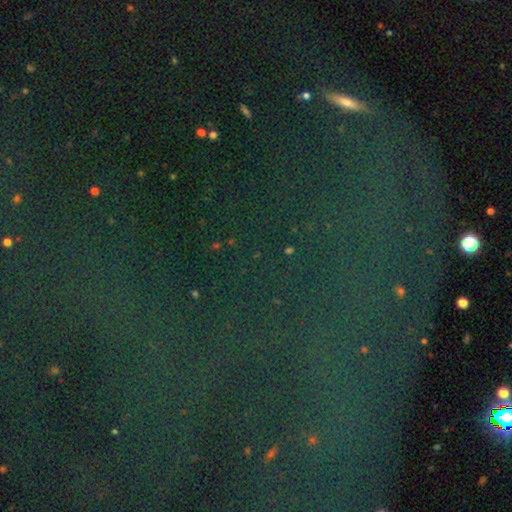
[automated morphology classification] Smooth or featured? Predicted: star or artifact (p=0.80).